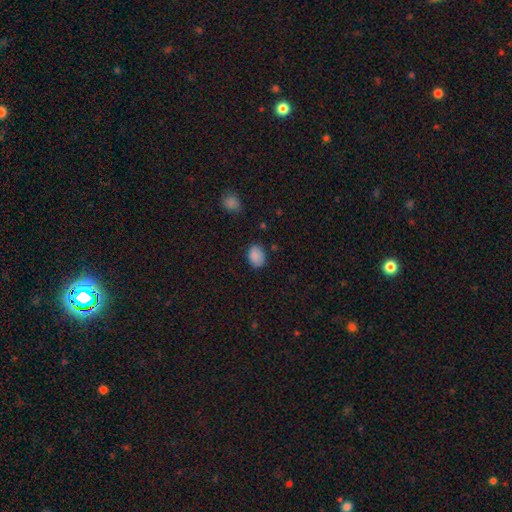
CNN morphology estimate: The model was most divided on "how rounded": in between: 72%, round: 27%, cigar-shaped: 1%. More confident: smooth or featured — smooth (86%); merging — none (77%).